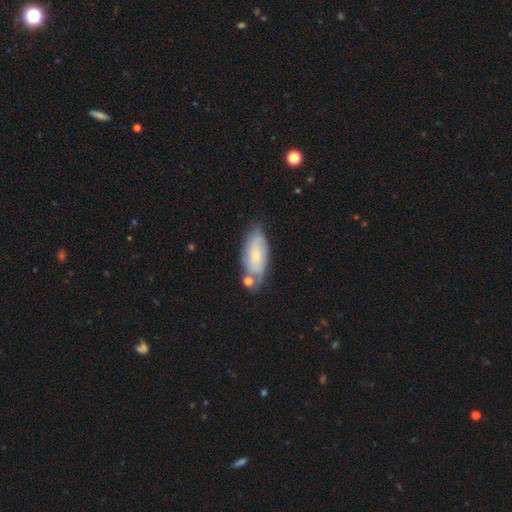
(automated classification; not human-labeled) A featured or disk galaxy (47%). Merging: none (62%).